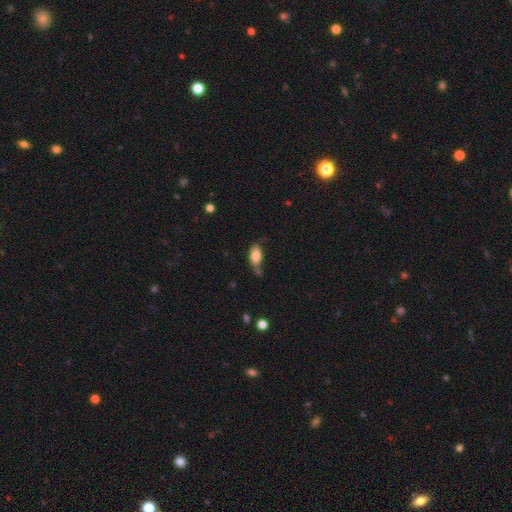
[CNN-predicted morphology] The model was most divided on "merging": none: 49%, minor disturbance: 28%, merger: 12%, major disturbance: 11%. More confident: how rounded — in between (90%); smooth or featured — smooth (81%).